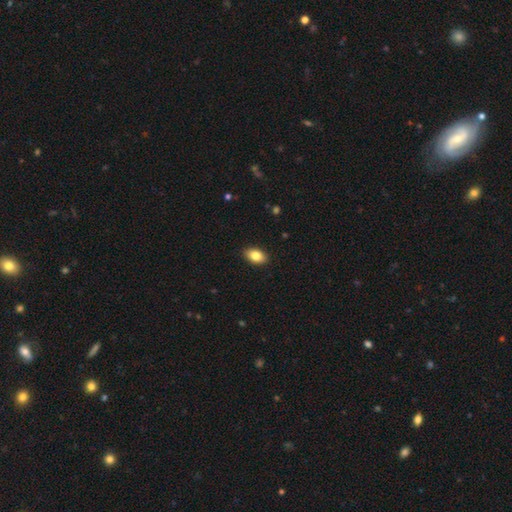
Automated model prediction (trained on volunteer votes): Smooth or featured? smooth (84%)
How rounded? in between (91%)
Merging? none (90%)